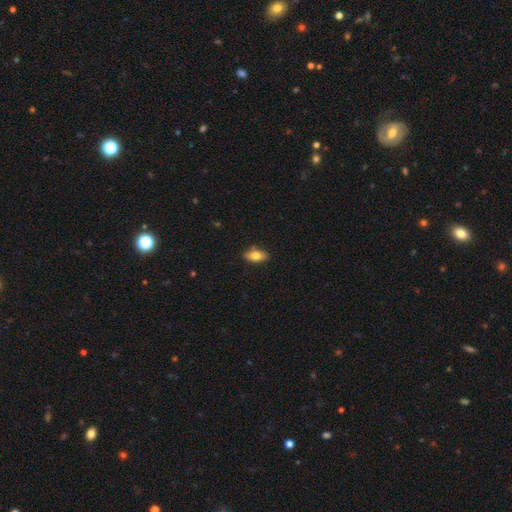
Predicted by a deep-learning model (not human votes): Overall: smooth (77%). How rounded: in between (88%). Merging: none (84%).